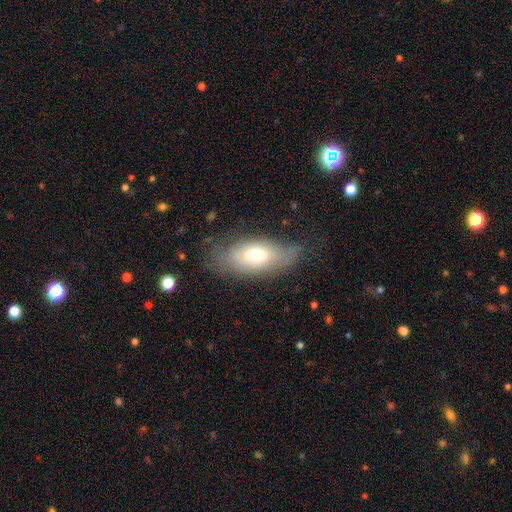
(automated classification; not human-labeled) This appears to be a smooth galaxy with no disk features (62%) that is in between round and cigar-shaped (86%). Merging: none (63%).